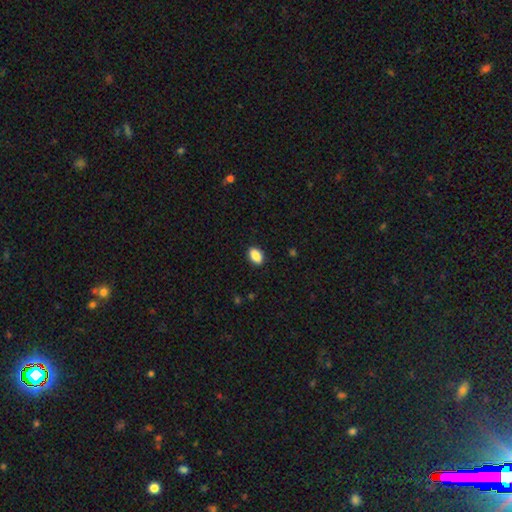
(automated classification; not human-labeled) smooth_or_featured: smooth (p=0.87) [alt: star or artifact p=0.08]
how_rounded: in between (p=0.89) [alt: round p=0.09]
merging: none (p=0.89) [alt: minor disturbance p=0.08]